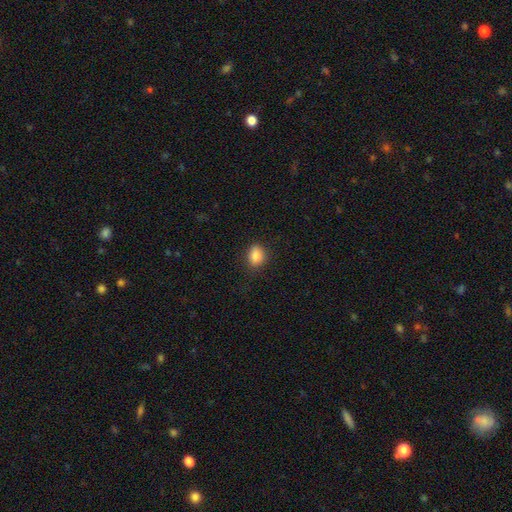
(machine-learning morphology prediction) smooth_or_featured: smooth (p=0.86) [alt: star or artifact p=0.10]
how_rounded: in between (p=0.65) [alt: round p=0.34]
merging: none (p=0.80) [alt: minor disturbance p=0.15]